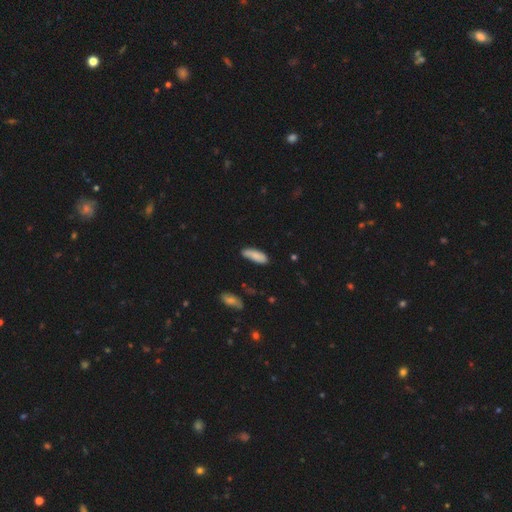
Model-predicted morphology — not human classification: smooth 84%, featured or disk 10%, star or artifact 7%. Down the decision tree: how rounded — in between (62%); merging — none (67%).